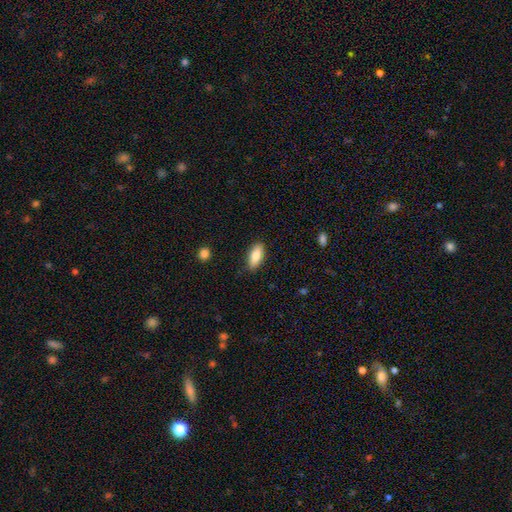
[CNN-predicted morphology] Overall: smooth (81%). How rounded: in between (79%). Merging: none (86%).